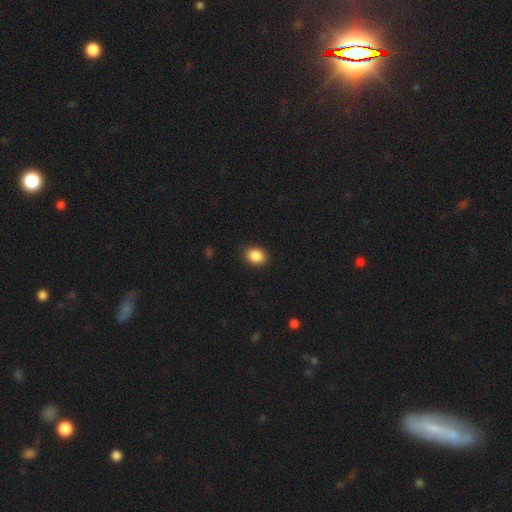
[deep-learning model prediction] smooth-or-featured: smooth: 88% | star or artifact: 9% | featured or disk: 3%
  how-rounded: in between: 57% | round: 42% | cigar-shaped: 1%
  merging: none: 87% | minor disturbance: 10% | major disturbance: 2% | merger: 1%